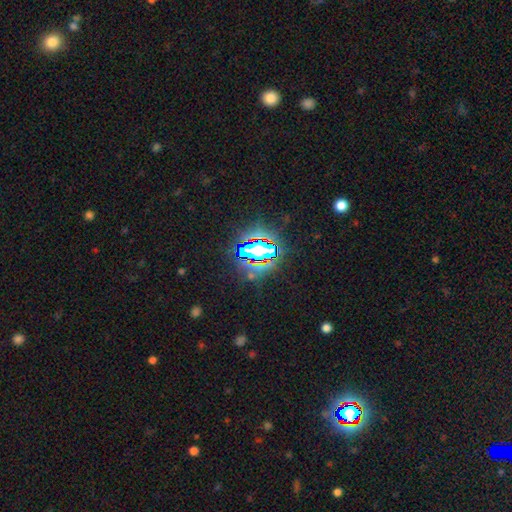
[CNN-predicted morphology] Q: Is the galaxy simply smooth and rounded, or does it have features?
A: star or artifact — 80%.